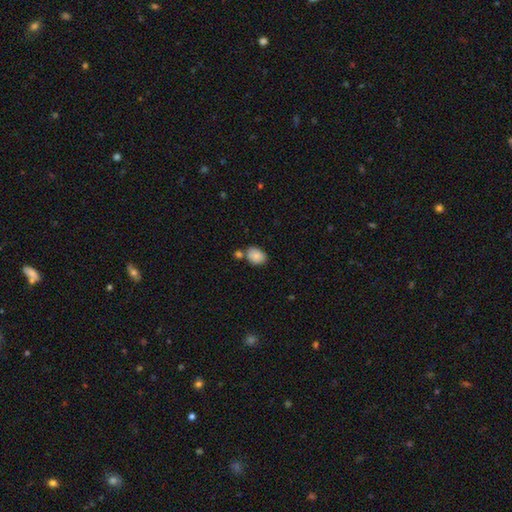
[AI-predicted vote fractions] Smooth or featured? smooth (86%)
How rounded? in between (73%)
Merging? none (64%)